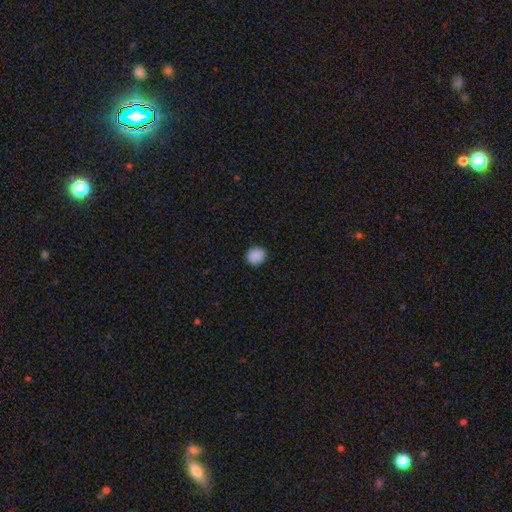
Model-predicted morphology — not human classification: Q: Smooth or featured?
A: smooth (89%); runner-up: star or artifact (8%)
Q: How rounded?
A: round (76%); runner-up: in between (23%)
Q: Merging?
A: none (91%); runner-up: minor disturbance (7%)